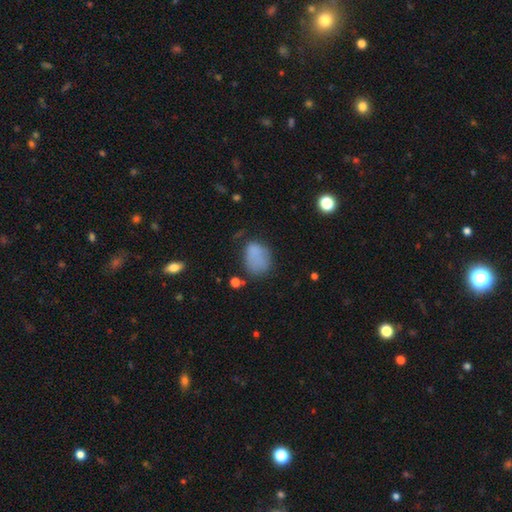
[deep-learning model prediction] A smooth galaxy with no disk features (78%) that is in between round and cigar-shaped (68%).

Vote fractions:
- Smooth or featured? smooth: 78% / featured or disk: 11% / star or artifact: 11%
- How rounded? in between: 68% / round: 30% / cigar-shaped: 1%
- Merging? none: 49% / minor disturbance: 30% / major disturbance: 16% / merger: 5%